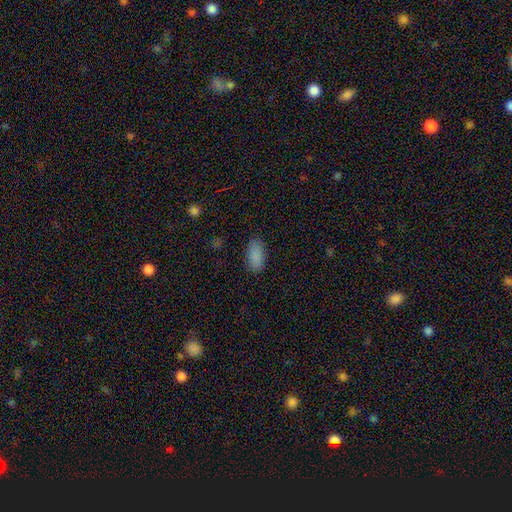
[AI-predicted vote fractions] This is clearly a smooth galaxy (87%). How rounded: clearly in between (92%). Merging: clearly none (86%).